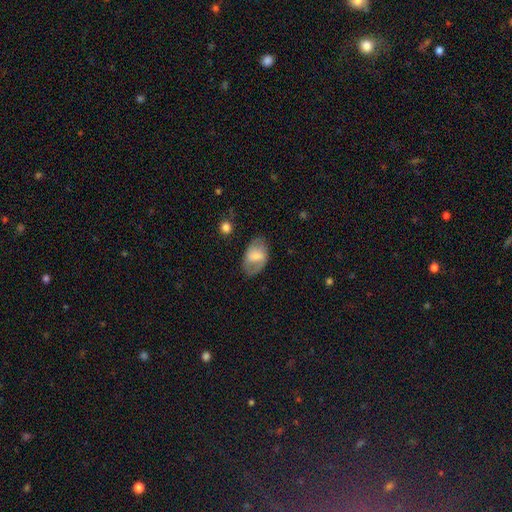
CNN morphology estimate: Q: Smooth or featured?
A: smooth (52%); runner-up: featured or disk (40%)
Q: How rounded?
A: in between (87%); runner-up: round (11%)
Q: Merging?
A: none (68%); runner-up: minor disturbance (21%)